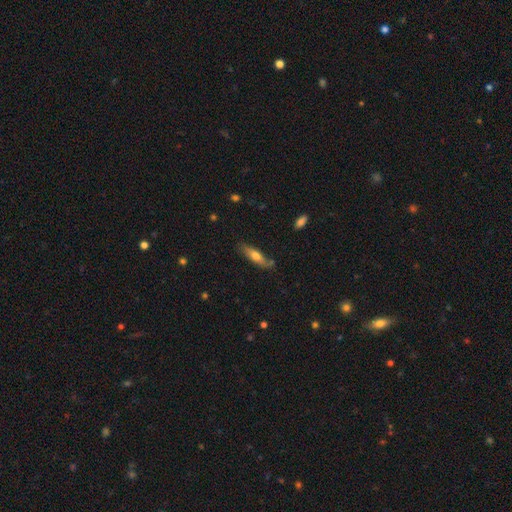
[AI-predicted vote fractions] smooth_or_featured: smooth (p=0.56) [alt: featured or disk p=0.37]
how_rounded: cigar-shaped (p=0.67) [alt: in between p=0.30]
merging: none (p=0.73) [alt: minor disturbance p=0.19]